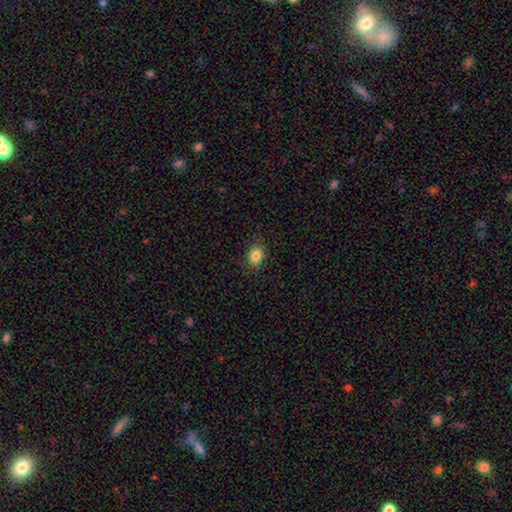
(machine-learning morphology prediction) Overall: smooth (85%). How rounded: in between (64%; round 35%). Merging: none (85%).